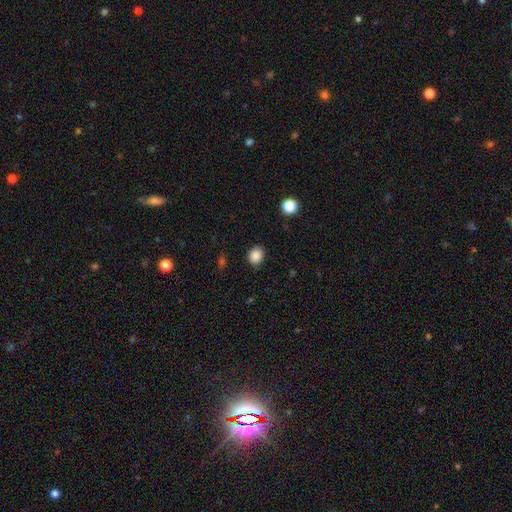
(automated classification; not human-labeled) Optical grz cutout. It shows a smooth galaxy with no disk features (87%) that is round (66%). Merging: none (88%).